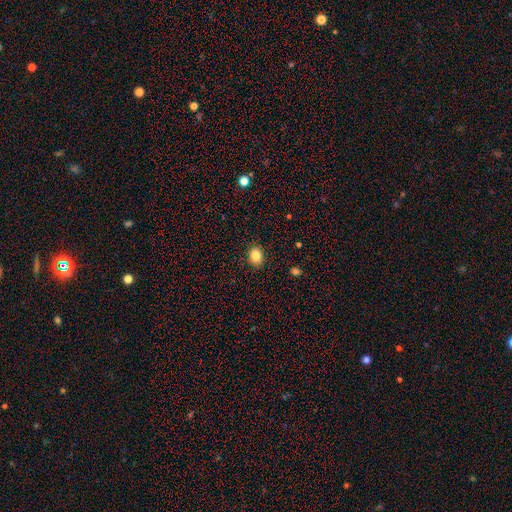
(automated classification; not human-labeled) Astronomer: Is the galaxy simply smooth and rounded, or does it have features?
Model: smooth — 85%.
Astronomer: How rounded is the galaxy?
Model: in between — 54% (runner-up: round, 45%).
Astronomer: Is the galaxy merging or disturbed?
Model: none — 89%.